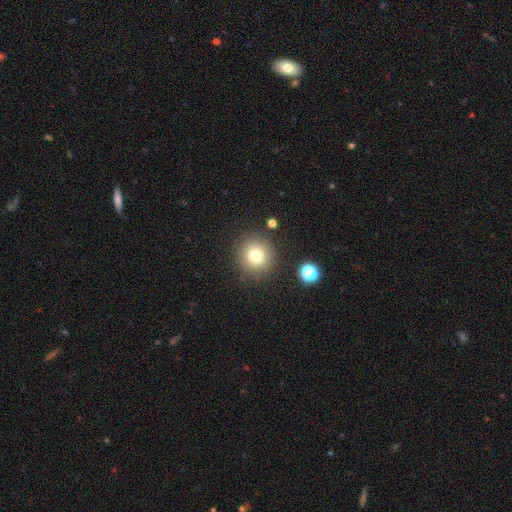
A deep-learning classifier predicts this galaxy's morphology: A smooth galaxy with no disk features (76%) that is round (95%). Merging: none (88%).